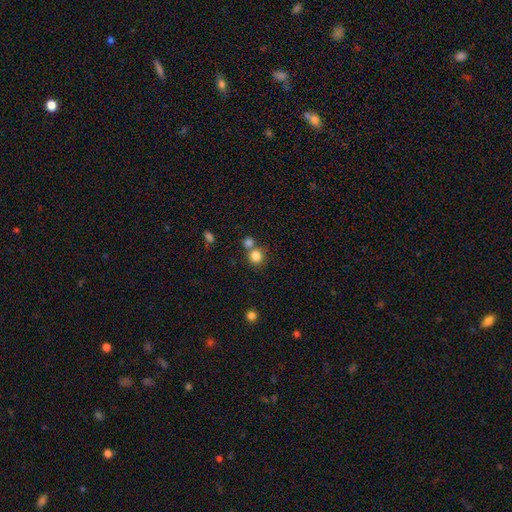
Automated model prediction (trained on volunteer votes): Smooth or featured?
  - smooth: 82% *
  - star or artifact: 11%
  - featured or disk: 6%
How rounded?
  - round: 90% *
  - in between: 9%
  - cigar-shaped: 1%
Merging?
  - none: 61% *
  - merger: 28%
  - minor disturbance: 7%
  - major disturbance: 3%